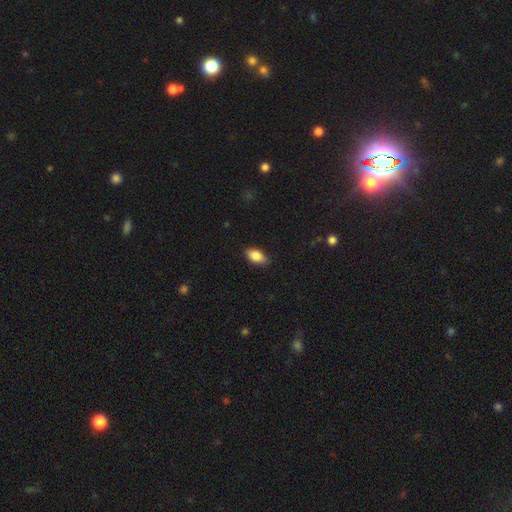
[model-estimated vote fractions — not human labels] smooth_or_featured: smooth (p=0.84) [alt: featured or disk p=0.09]
how_rounded: in between (p=0.89) [alt: cigar-shaped p=0.07]
merging: none (p=0.84) [alt: minor disturbance p=0.13]